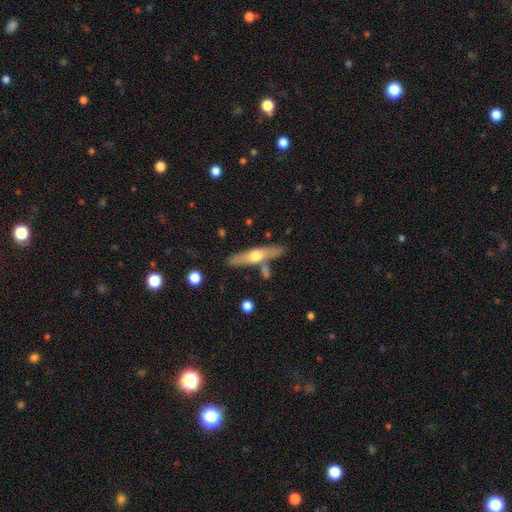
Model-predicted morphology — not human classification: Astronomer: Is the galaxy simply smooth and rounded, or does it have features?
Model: featured or disk — 52% (runner-up: smooth, 42%).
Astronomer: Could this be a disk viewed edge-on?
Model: yes — 87%.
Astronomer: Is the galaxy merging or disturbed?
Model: none — 76%.